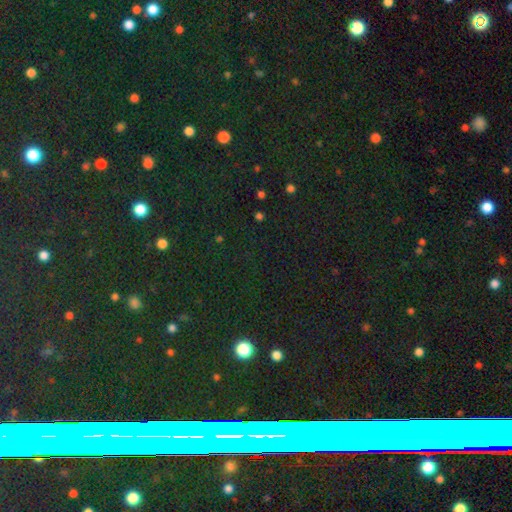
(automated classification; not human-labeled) Overall: star or artifact (77%).